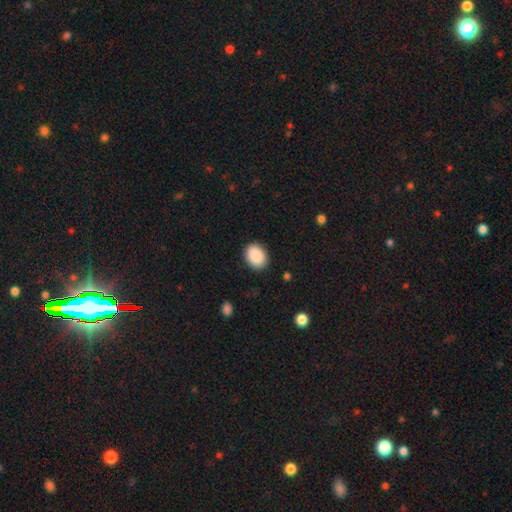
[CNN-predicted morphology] Smooth or featured? smooth (90%)
How rounded? in between (64%)
Merging? none (89%)